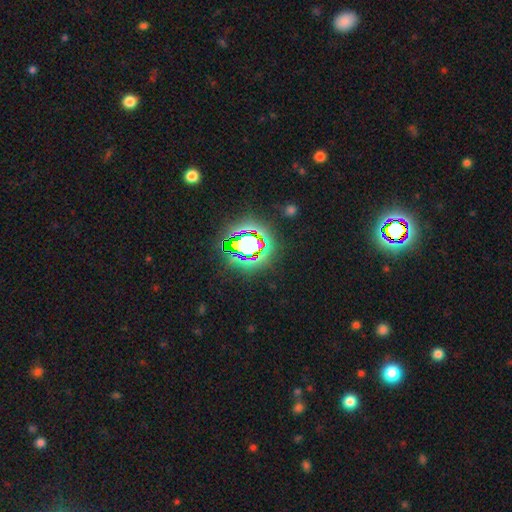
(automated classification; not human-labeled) A star or artifact, not a galaxy (74%).